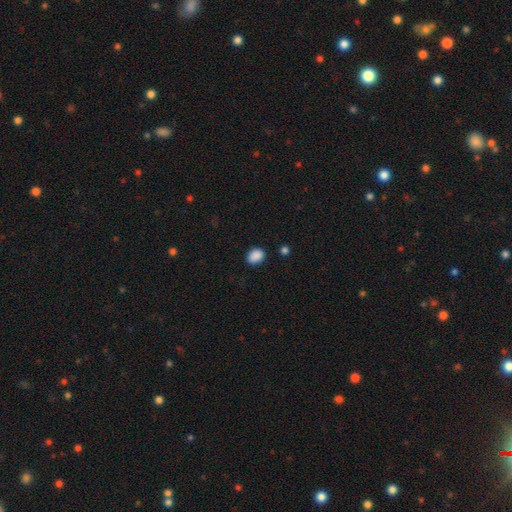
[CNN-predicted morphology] The model was most divided on "how rounded": in between: 69%, round: 30%, cigar-shaped: 1%. More confident: smooth or featured — smooth (89%); merging — none (84%).